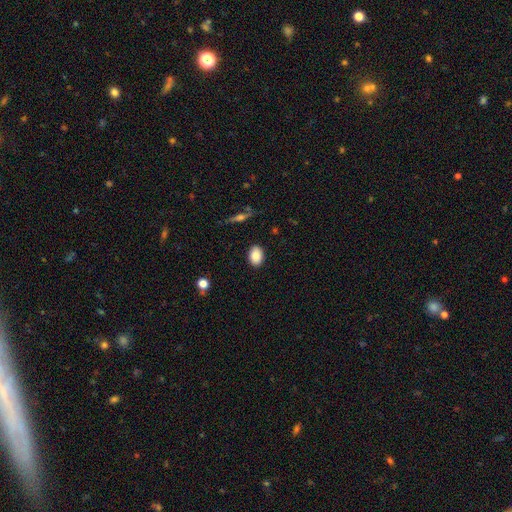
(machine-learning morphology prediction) Smooth or featured: smooth — 87% (star or artifact — 8%)
How rounded: in between — 80% (round — 18%)
Merging: none — 88% (minor disturbance — 8%)